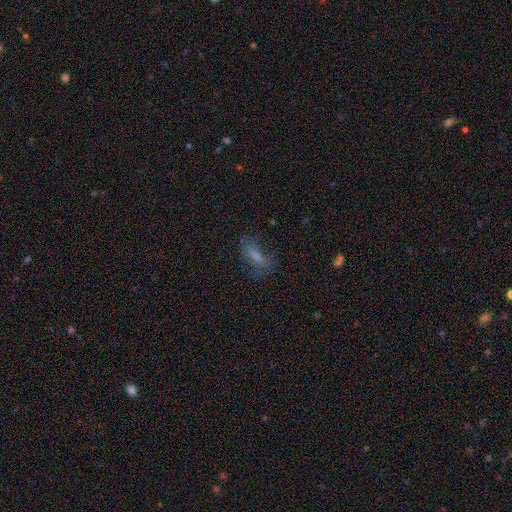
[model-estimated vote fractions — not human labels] The model was most divided on "how rounded": in between: 59%, cigar-shaped: 36%, round: 5%. More confident: merging — none (55%); smooth or featured — smooth (55%).